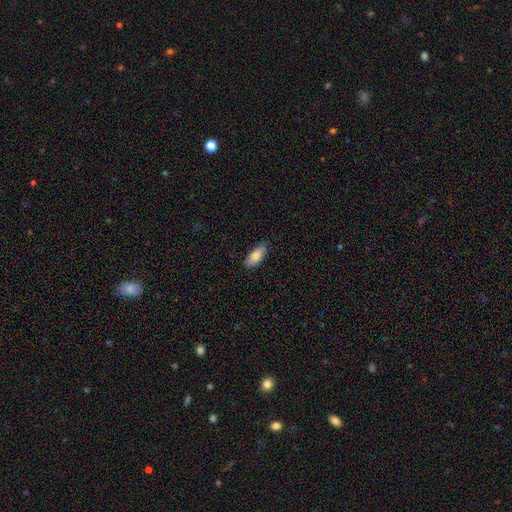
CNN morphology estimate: A smooth galaxy with no disk features (79%) that is in between round and cigar-shaped (81%).

Vote fractions:
- Smooth or featured? smooth: 79% / featured or disk: 15% / star or artifact: 6%
- How rounded? in between: 81% / cigar-shaped: 17% / round: 2%
- Merging? none: 81% / minor disturbance: 16% / major disturbance: 2% / merger: 1%